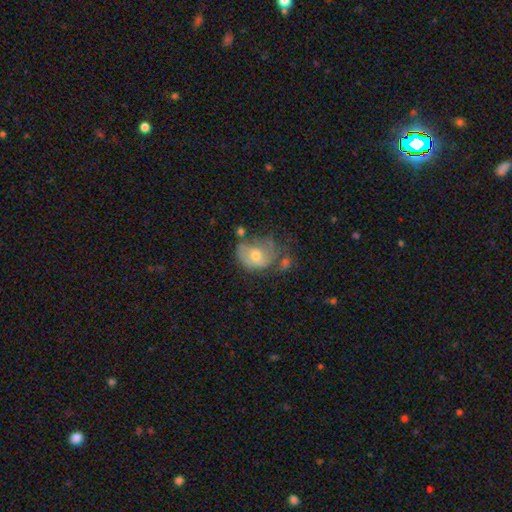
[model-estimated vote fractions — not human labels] Smooth or featured? smooth (46%)
Merging? none (34%)